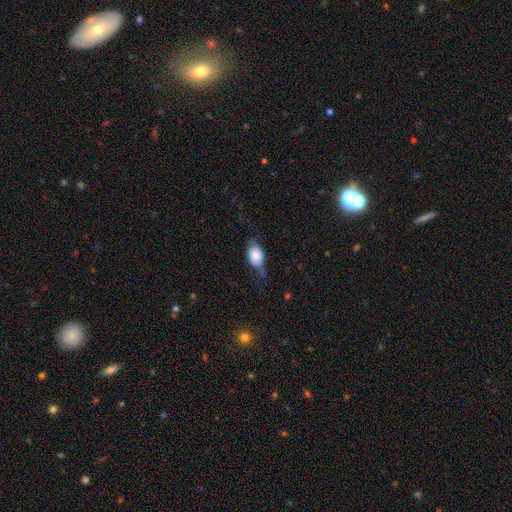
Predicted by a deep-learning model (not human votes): This appears to be a smooth galaxy with no disk features (65%) that is in between round and cigar-shaped (75%). Merging: none (54%).